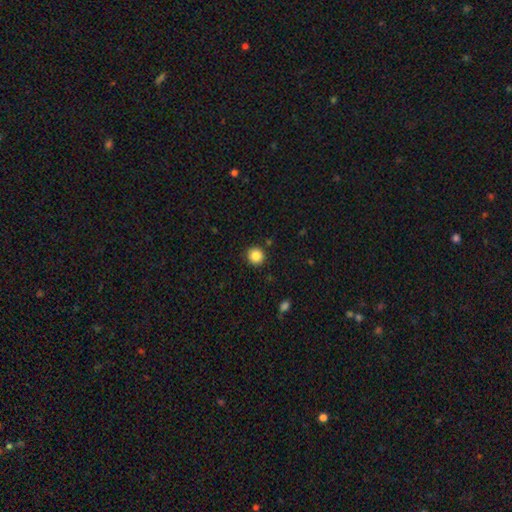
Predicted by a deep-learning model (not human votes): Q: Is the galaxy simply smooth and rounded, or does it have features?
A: smooth — 85%.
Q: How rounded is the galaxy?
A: round — 94%.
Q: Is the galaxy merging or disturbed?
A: none — 91%.